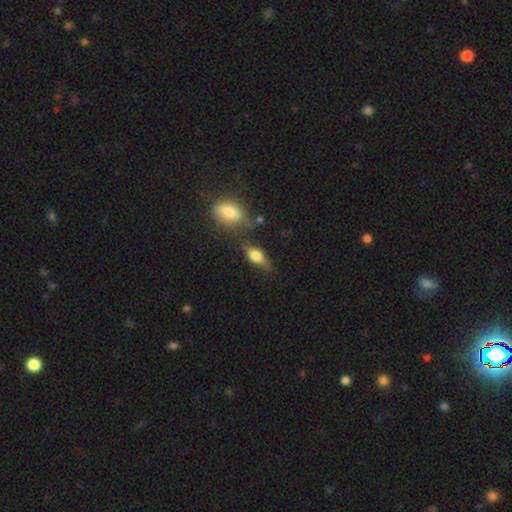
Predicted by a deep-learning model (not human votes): Q: Smooth or featured?
A: smooth (65%); runner-up: featured or disk (26%)
Q: How rounded?
A: in between (75%); runner-up: cigar-shaped (16%)
Q: Merging?
A: none (60%); runner-up: minor disturbance (22%)